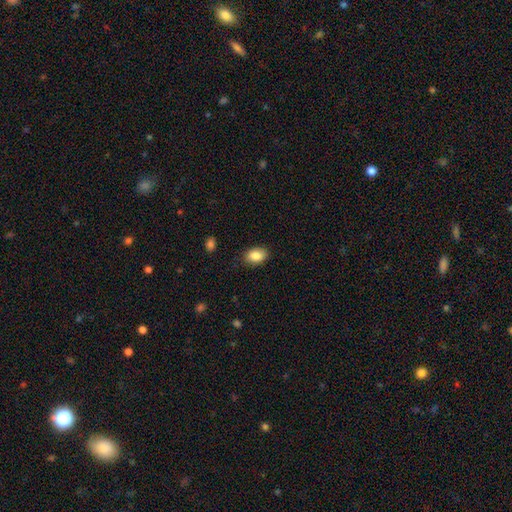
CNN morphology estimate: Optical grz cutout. It shows a smooth galaxy with no disk features (87%) that is in between round and cigar-shaped (85%). Merging: none (84%).